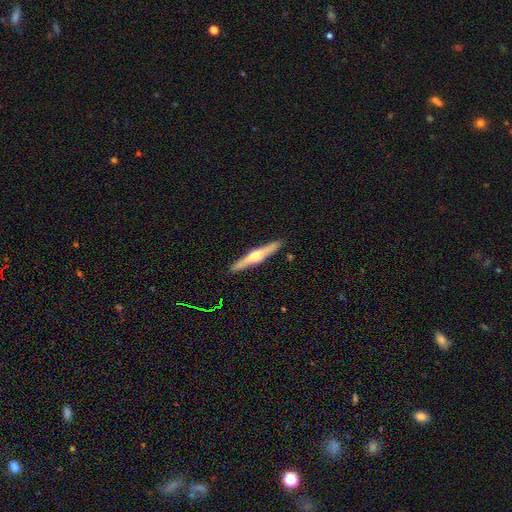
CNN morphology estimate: Overall: featured or disk (66%; smooth 28%). Edge-on disk: yes (97%). Edge-on bulge: rounded (91%). Merging: none (91%).